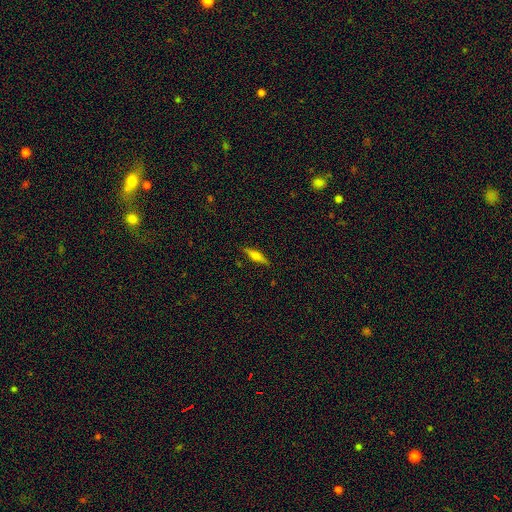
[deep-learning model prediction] featured or disk 56%, smooth 37%, star or artifact 7%. Down the decision tree: edge-on disk — yes (95%); edge-on bulge — rounded (88%); merging — none (88%).